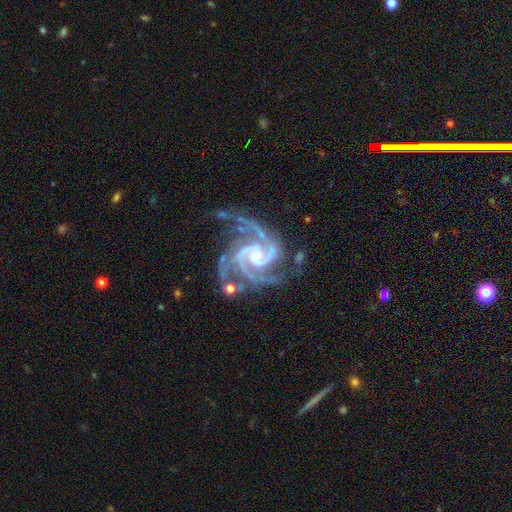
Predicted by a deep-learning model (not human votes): The model was most divided on "spiral winding": tight: 50%, medium: 45%, loose: 5%. Remaining: spiral arms — yes (99%); edge-on disk — no (98%); smooth or featured — featured or disk (94%); bulge size — small (64%); merging — none (56%); bar — no (52%); spiral arm count — 3 (43%).